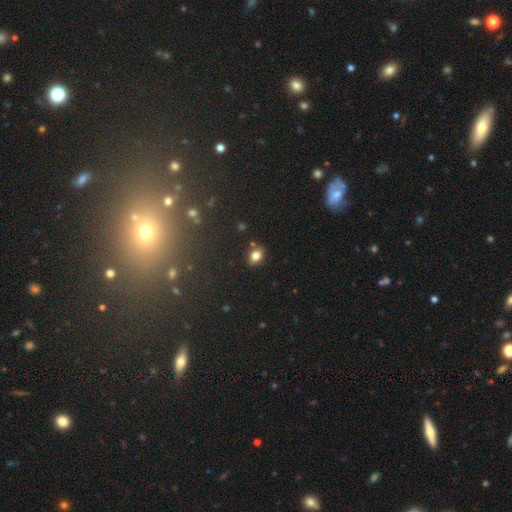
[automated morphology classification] A smooth galaxy with no disk features (79%) that is in between round and cigar-shaped (69%). Merging: none (84%).